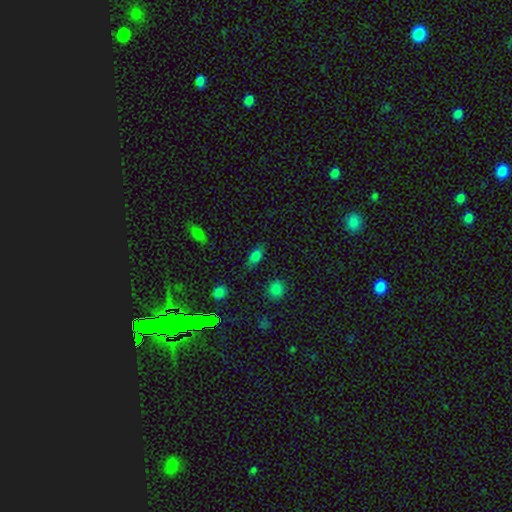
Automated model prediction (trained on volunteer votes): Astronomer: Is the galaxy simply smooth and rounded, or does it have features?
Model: smooth — 77%.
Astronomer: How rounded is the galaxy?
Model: in between — 84%.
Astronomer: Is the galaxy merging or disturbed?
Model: none — 79%.